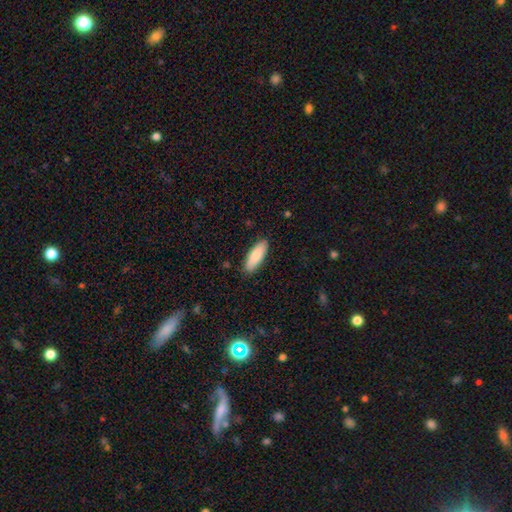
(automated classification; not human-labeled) Smooth or featured? Predicted: smooth (p=0.86). How rounded? Predicted: in between (p=0.64). Merging? Predicted: none (p=0.88).